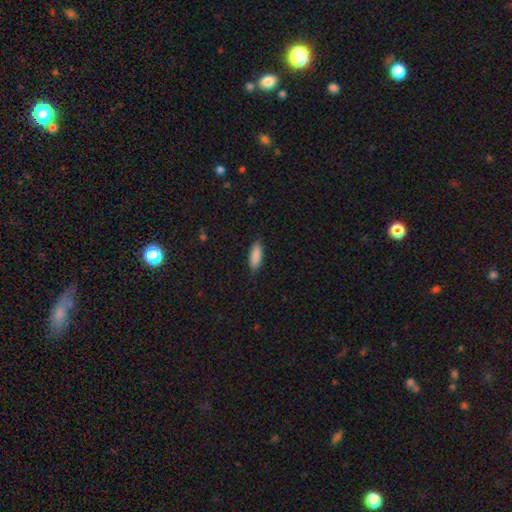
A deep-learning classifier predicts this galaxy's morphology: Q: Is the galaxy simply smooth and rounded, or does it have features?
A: smooth — 89%.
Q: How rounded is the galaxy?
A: in between — 61%.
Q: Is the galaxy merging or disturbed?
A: none — 86%.